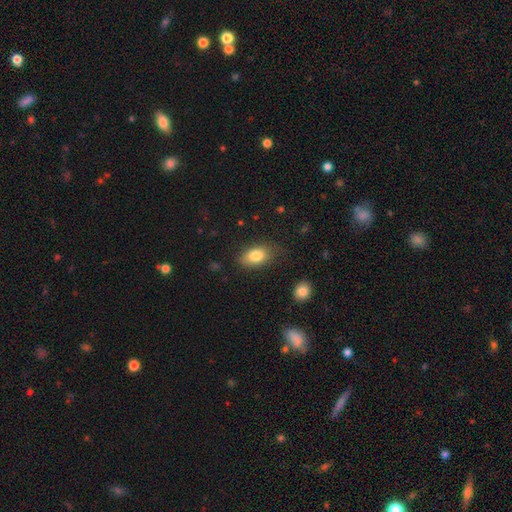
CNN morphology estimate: type=smooth (82%); roundness=in between (89%); merging=none (75%).